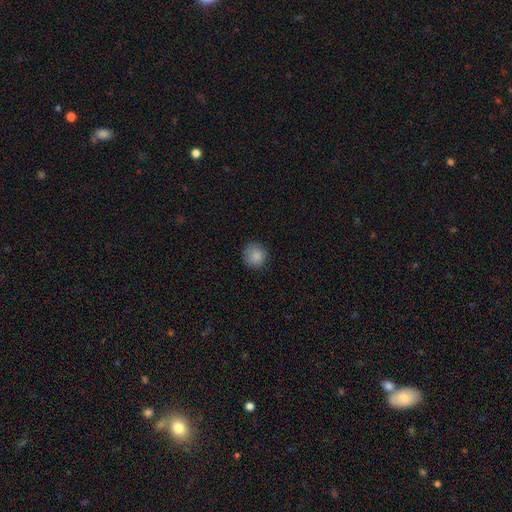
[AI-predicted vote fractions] A smooth galaxy with no disk features (87%) that is round (92%).

Vote fractions:
- Smooth or featured? smooth: 87% / star or artifact: 9% / featured or disk: 5%
- How rounded? round: 92% / in between: 7% / cigar-shaped: 1%
- Merging? none: 87% / minor disturbance: 10% / major disturbance: 2% / merger: 1%